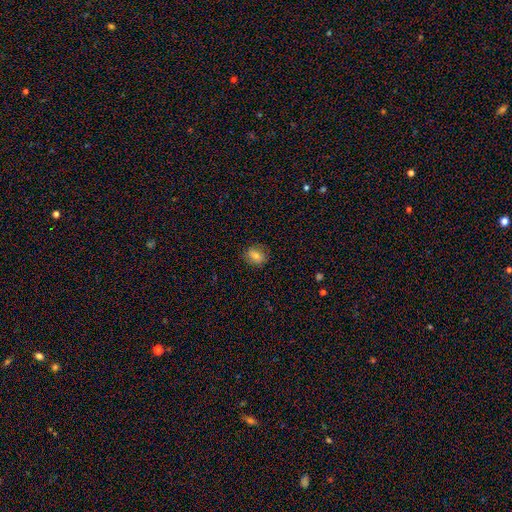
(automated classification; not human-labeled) This is likely a smooth galaxy (72%). How rounded: possibly in between (50%). Merging: clearly none (83%).